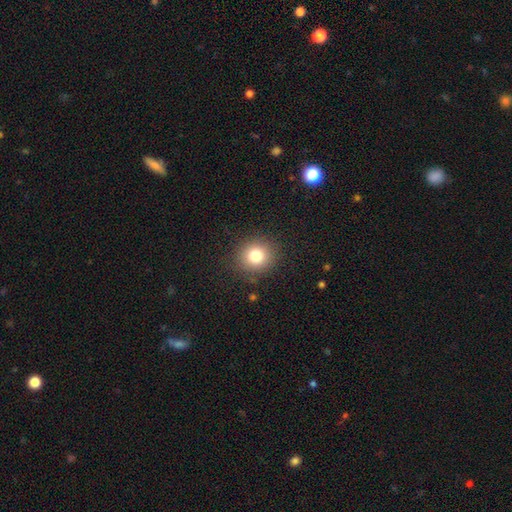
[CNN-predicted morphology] Smooth or featured? smooth (79%)
How rounded? round (88%)
Merging? none (88%)